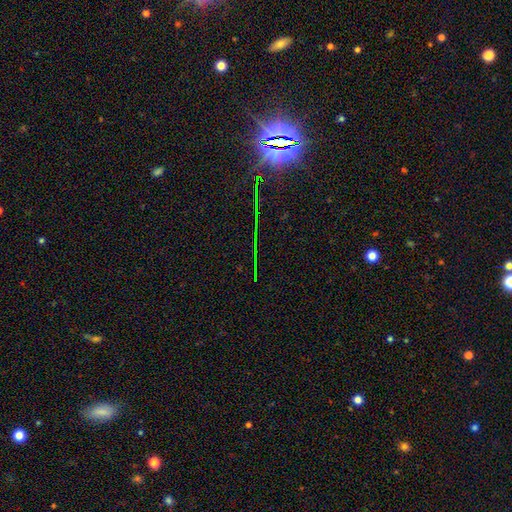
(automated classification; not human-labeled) Morphology: type=star or artifact (83%).